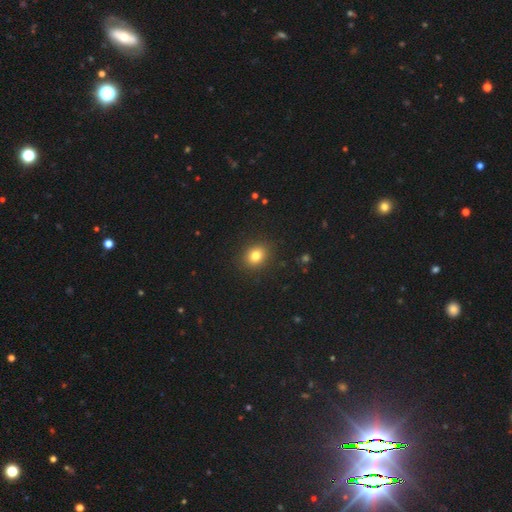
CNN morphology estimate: This appears to be a smooth galaxy with no disk features (81%) that is round (61%). Merging: none (90%).